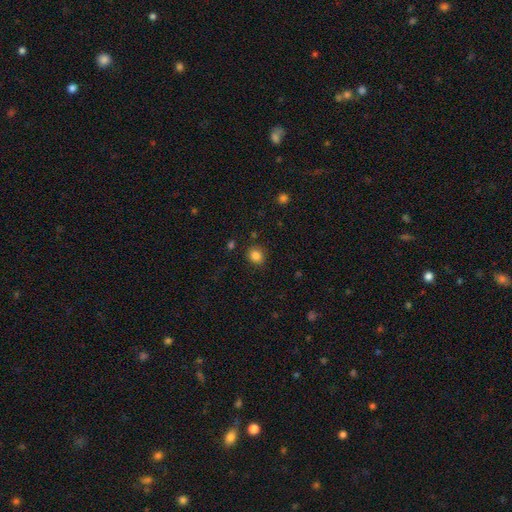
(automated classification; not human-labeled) Morphology: type=smooth (84%); roundness=round (77%); merging=none (85%).